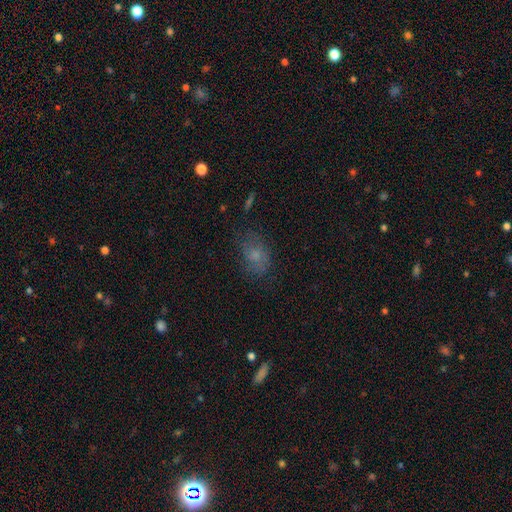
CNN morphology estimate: type=smooth (62%); roundness=in between (77%); merging=none (64%).